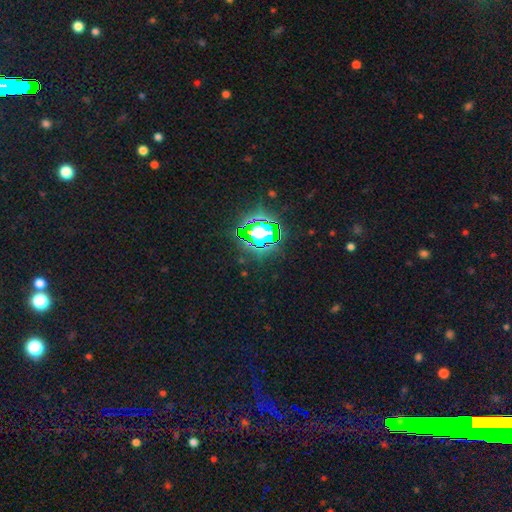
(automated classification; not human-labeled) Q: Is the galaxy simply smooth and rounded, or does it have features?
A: star or artifact — 84%.